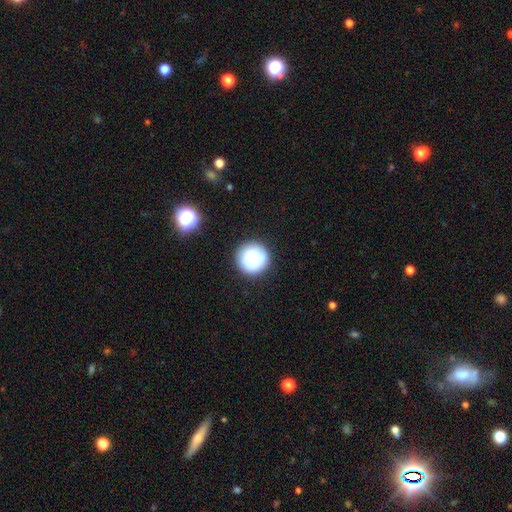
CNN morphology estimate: A smooth galaxy with no disk features (78%) that is round (94%). Merging: none (86%).